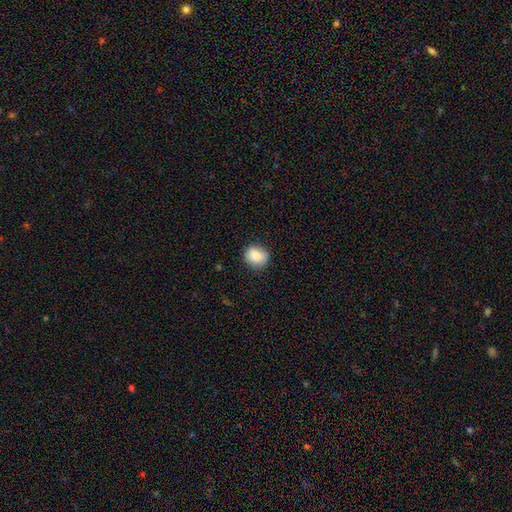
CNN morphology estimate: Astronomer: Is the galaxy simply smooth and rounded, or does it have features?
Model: smooth — 86%.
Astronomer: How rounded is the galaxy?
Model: round — 69%.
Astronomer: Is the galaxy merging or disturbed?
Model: none — 82%.